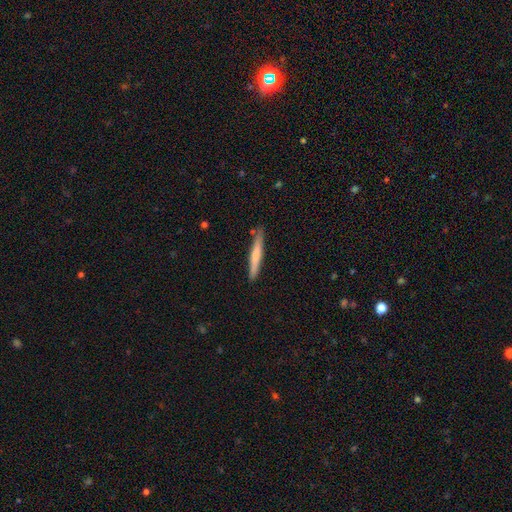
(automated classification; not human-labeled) Smooth or featured? Predicted: smooth (p=0.60). How rounded? Predicted: cigar-shaped (p=0.95). Merging? Predicted: none (p=0.84).